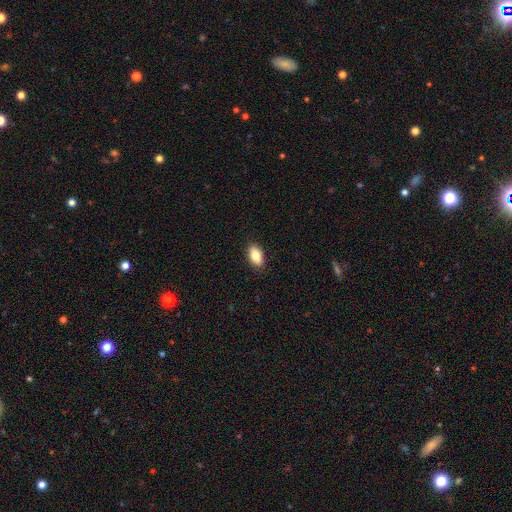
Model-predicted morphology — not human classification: Q: Smooth or featured?
A: smooth (83%); runner-up: featured or disk (9%)
Q: How rounded?
A: in between (91%); runner-up: round (5%)
Q: Merging?
A: none (90%); runner-up: minor disturbance (8%)